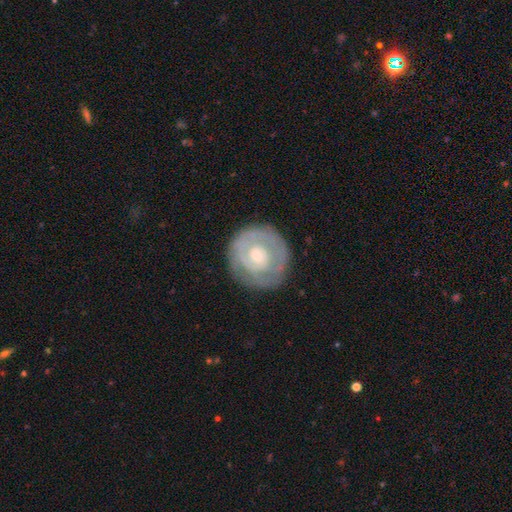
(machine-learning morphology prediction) type=featured or disk (62%); edge-on=no (97%); bar=no (77%); spiral arms=yes (55%); bulge=small (49%); merging=none (78%).